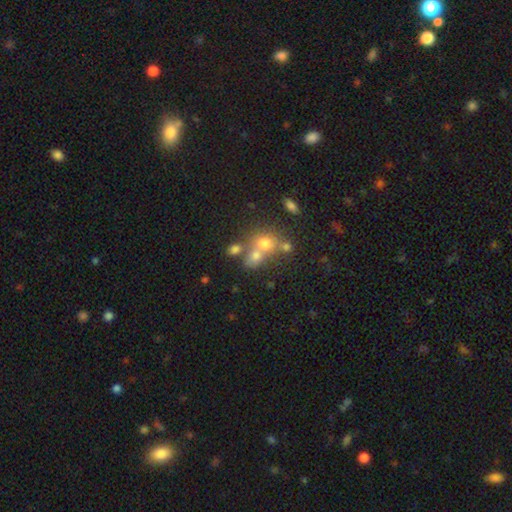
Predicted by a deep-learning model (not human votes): A smooth galaxy with no disk features (65%) that is round (58%). Merging: merger (49%).